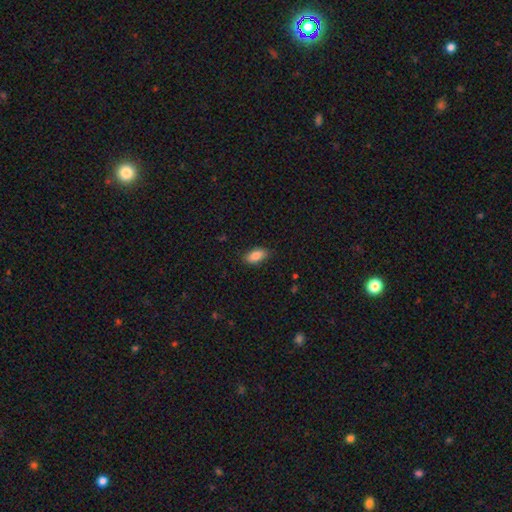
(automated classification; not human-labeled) Smooth or featured? smooth (87%)
How rounded? in between (91%)
Merging? none (86%)